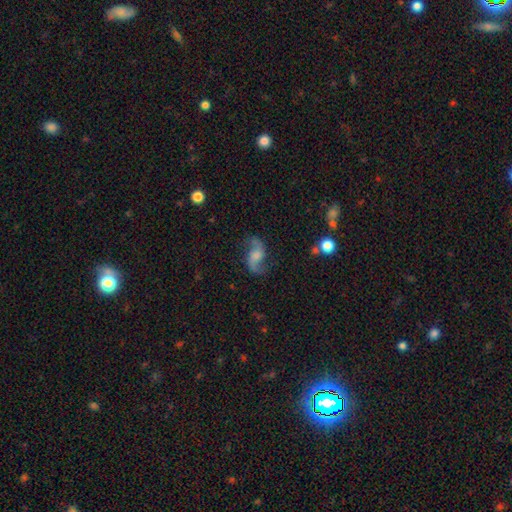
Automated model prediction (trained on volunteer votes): This appears to be a featured or disk galaxy (81%) with no bar (52%), 2 (93%) loose (75%) spiral arms (96%) and no central bulge (36%). Merging: none (74%).